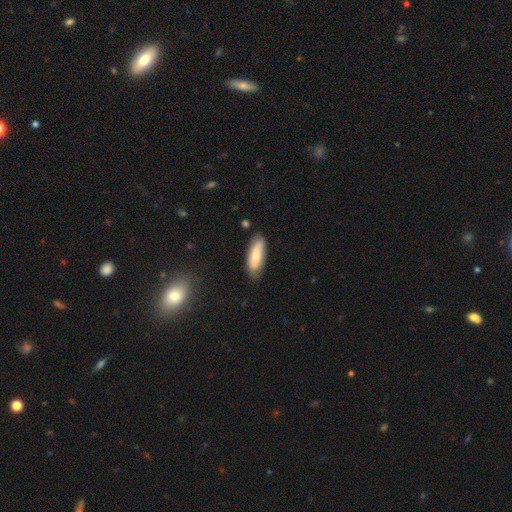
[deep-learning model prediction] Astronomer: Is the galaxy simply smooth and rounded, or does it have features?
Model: smooth — 72%.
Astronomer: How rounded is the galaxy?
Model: in between — 63%.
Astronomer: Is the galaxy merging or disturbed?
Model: none — 76%.